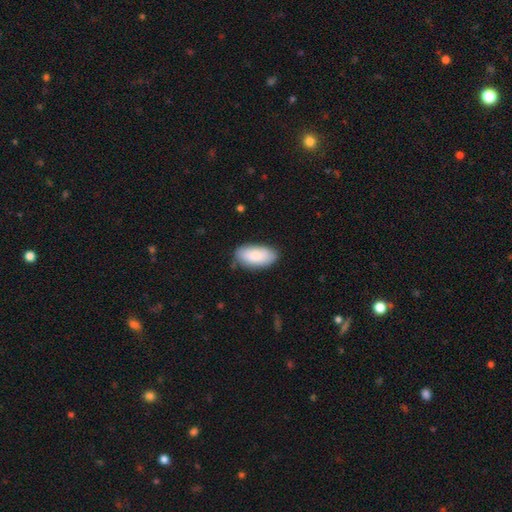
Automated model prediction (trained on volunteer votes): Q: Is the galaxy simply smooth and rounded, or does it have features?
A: smooth — 80%.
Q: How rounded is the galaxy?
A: in between — 94%.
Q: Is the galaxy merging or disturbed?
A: none — 79%.